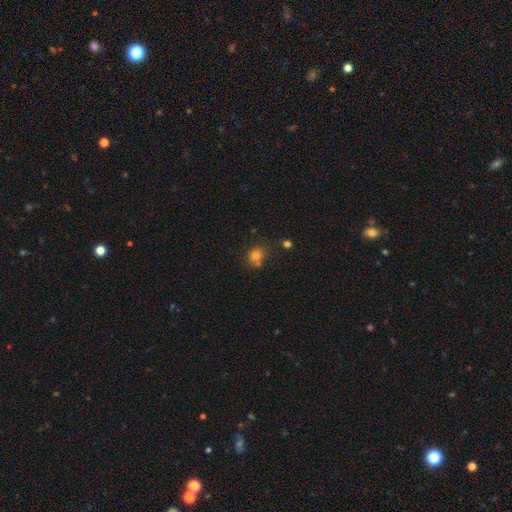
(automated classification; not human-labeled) smooth 79%, star or artifact 14%, featured or disk 8%. Down the decision tree: how rounded — round (82%); merging — none (66%).